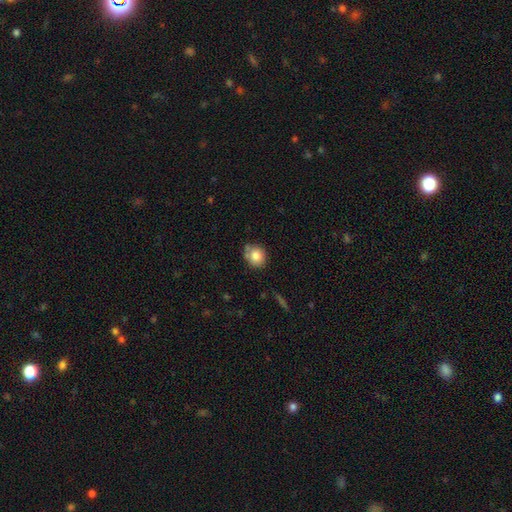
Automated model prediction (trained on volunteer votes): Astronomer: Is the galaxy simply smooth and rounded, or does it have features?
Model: smooth — 80%.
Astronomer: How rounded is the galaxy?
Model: round — 78%.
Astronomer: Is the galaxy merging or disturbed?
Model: none — 71%.